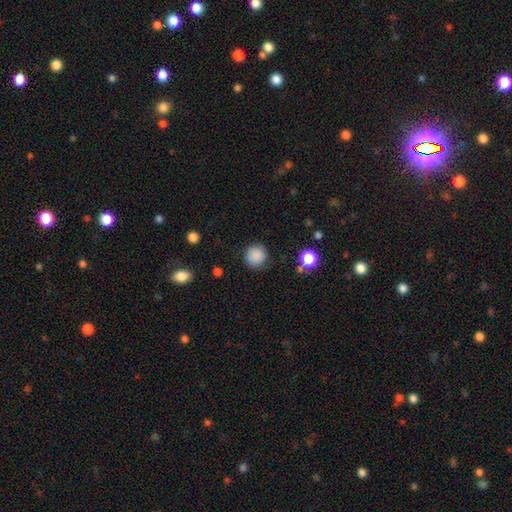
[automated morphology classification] Q: Smooth or featured?
A: smooth (87%); runner-up: star or artifact (10%)
Q: How rounded?
A: round (93%); runner-up: in between (6%)
Q: Merging?
A: none (87%); runner-up: minor disturbance (9%)